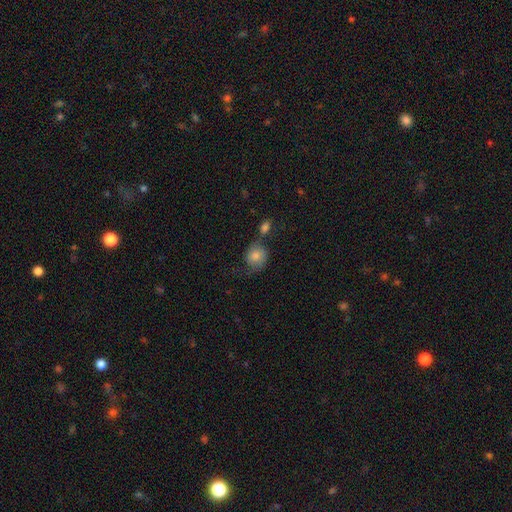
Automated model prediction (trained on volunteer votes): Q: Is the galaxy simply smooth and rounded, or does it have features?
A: smooth — 61%.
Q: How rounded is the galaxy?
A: round — 72%.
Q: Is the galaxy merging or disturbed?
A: none — 42%.